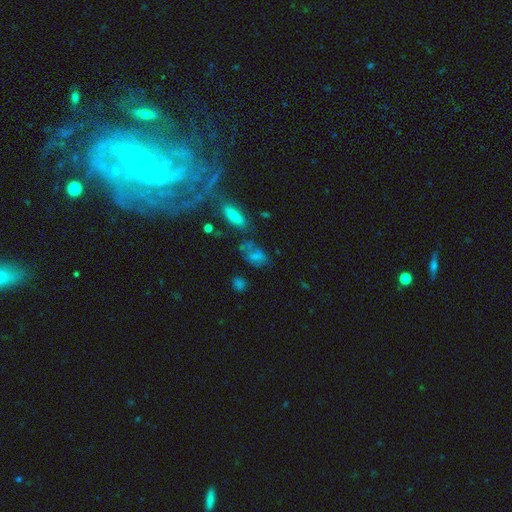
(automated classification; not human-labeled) Smooth or featured? smooth (61%)
How rounded? in between (82%)
Merging? none (46%)